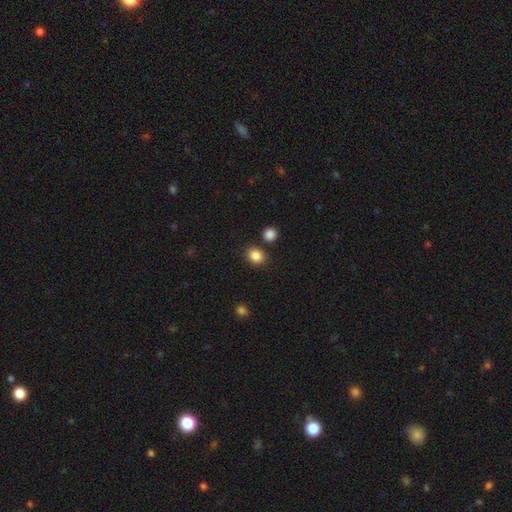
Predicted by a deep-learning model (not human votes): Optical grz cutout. It shows a smooth galaxy with no disk features (86%) that is round (64%). Merging: none (82%).